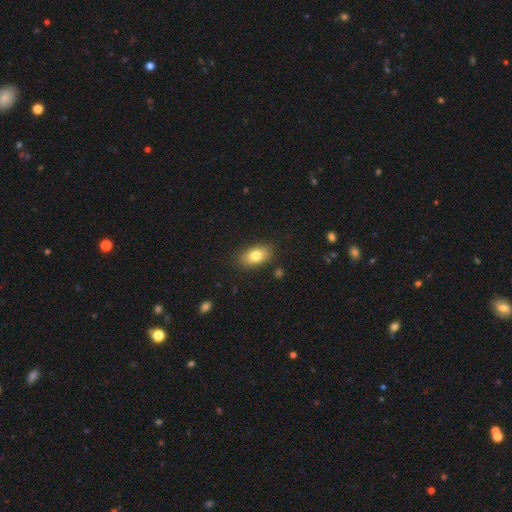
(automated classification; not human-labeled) Smooth or featured: smooth — 78% (featured or disk — 14%)
How rounded: in between — 89% (round — 8%)
Merging: none — 86% (minor disturbance — 10%)